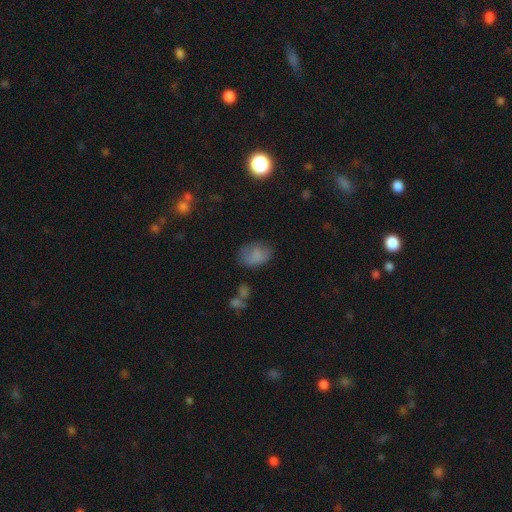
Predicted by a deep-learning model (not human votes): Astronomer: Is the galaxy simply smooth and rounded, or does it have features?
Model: smooth — 80%.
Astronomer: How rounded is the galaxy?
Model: in between — 81%.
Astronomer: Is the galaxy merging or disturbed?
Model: none — 62%.